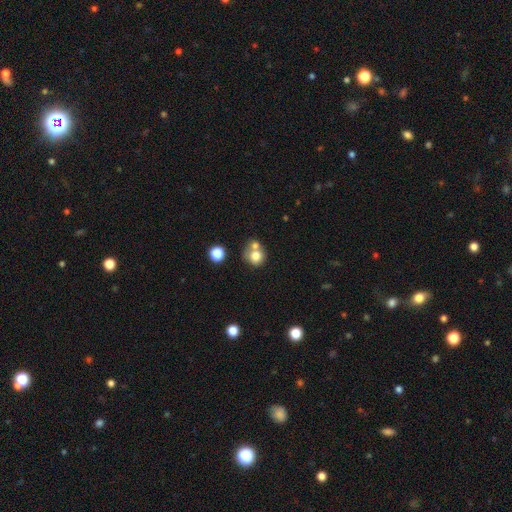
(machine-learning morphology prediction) Overall: smooth (76%). How rounded: round (82%). Merging: merger (44%; none 42%).